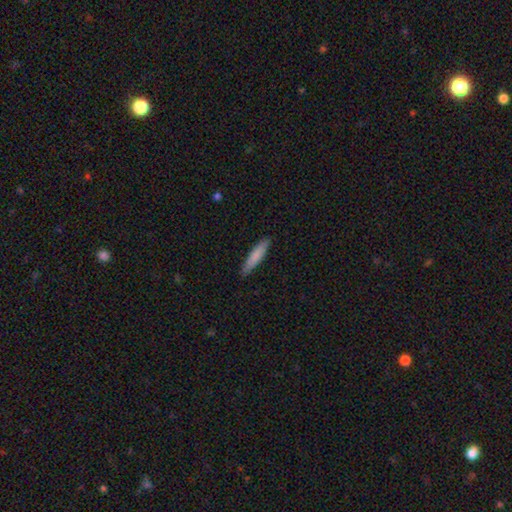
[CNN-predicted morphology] smooth 81%, featured or disk 14%, star or artifact 5%. Down the decision tree: how rounded — cigar-shaped (87%); merging — none (88%).